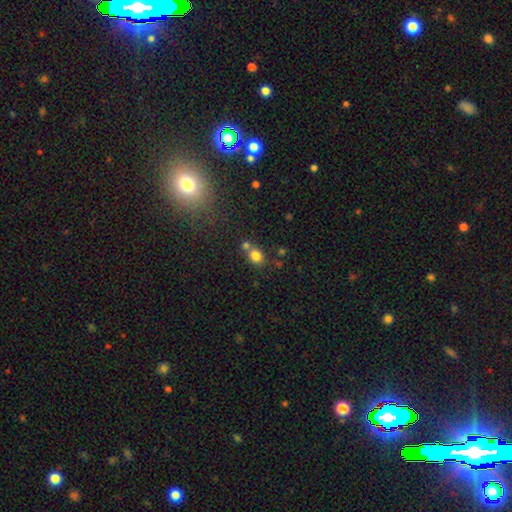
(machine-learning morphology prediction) smooth 80%, star or artifact 12%, featured or disk 8%. Down the decision tree: how rounded — round (57%); merging — none (52%).